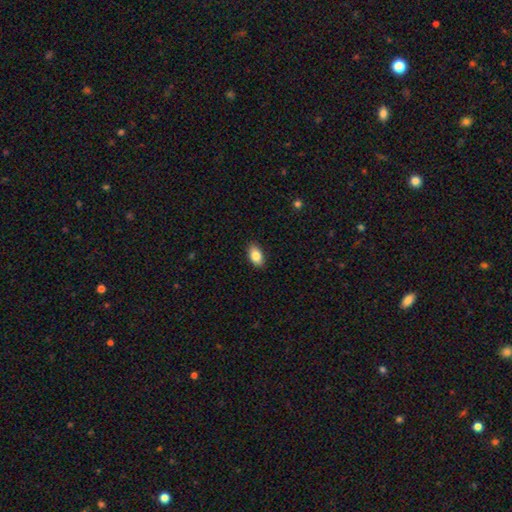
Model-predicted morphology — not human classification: Smooth or featured?
  - smooth: 85% *
  - featured or disk: 8%
  - star or artifact: 7%
How rounded?
  - in between: 92% *
  - round: 6%
  - cigar-shaped: 2%
Merging?
  - none: 88% *
  - minor disturbance: 9%
  - major disturbance: 2%
  - merger: 1%